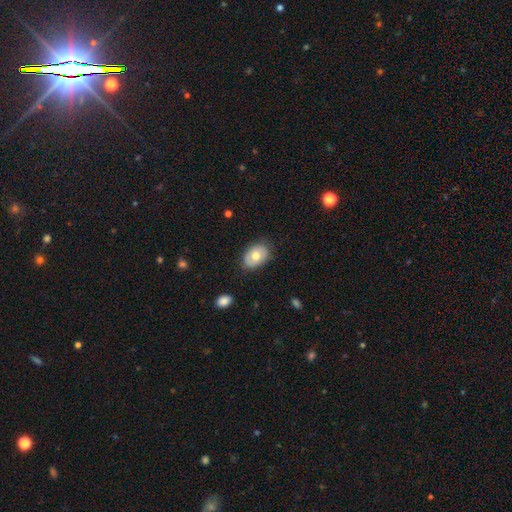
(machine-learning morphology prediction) Smooth or featured?
  - smooth: 66% *
  - featured or disk: 27%
  - star or artifact: 7%
How rounded?
  - in between: 82% *
  - round: 17%
  - cigar-shaped: 1%
Merging?
  - none: 78% *
  - minor disturbance: 17%
  - major disturbance: 4%
  - merger: 1%